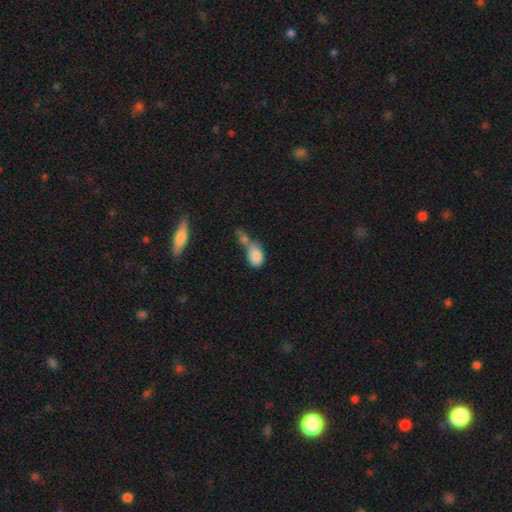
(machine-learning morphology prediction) Smooth or featured? smooth (82%)
How rounded? in between (85%)
Merging? merger (52%)